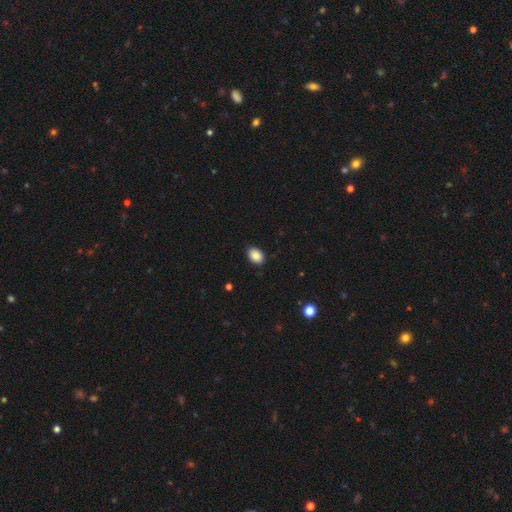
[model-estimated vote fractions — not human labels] The model was most divided on "how rounded": in between: 80%, round: 19%, cigar-shaped: 1%. More confident: merging — none (89%); smooth or featured — smooth (87%).